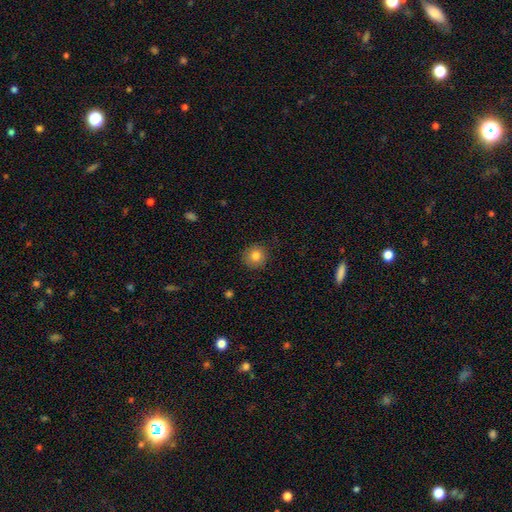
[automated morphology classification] smooth 81%, star or artifact 10%, featured or disk 8%. Down the decision tree: how rounded — round (92%); merging — none (88%).